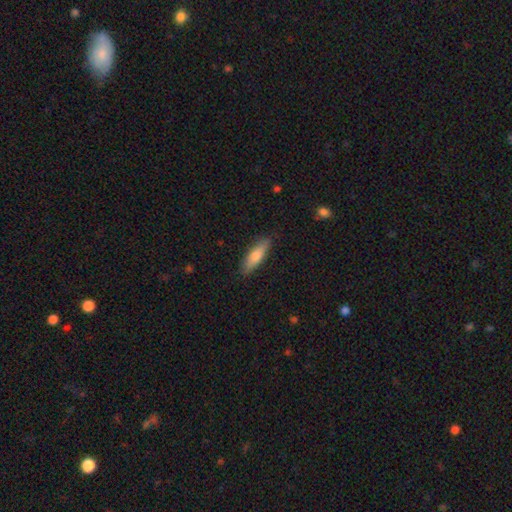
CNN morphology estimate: Smooth or featured?
  - smooth: 73% *
  - featured or disk: 21%
  - star or artifact: 6%
How rounded?
  - cigar-shaped: 60% *
  - in between: 38%
  - round: 2%
Merging?
  - none: 87% *
  - minor disturbance: 10%
  - major disturbance: 2%
  - merger: 1%